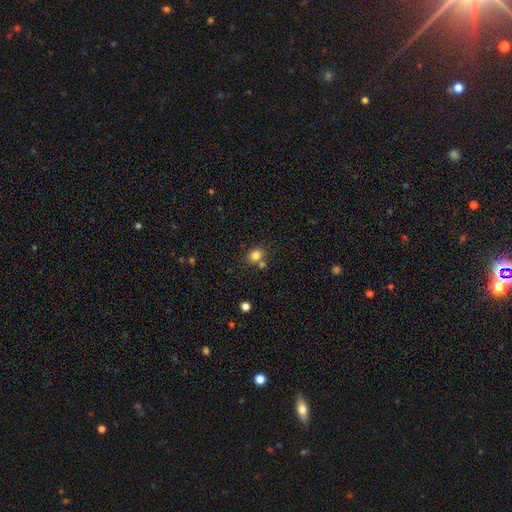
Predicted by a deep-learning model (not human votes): The model was most divided on "how rounded": round: 54%, in between: 45%, cigar-shaped: 1%. More confident: smooth or featured — smooth (81%); merging — none (60%).